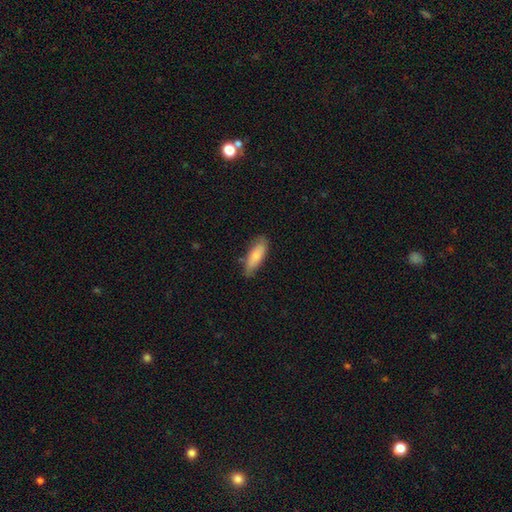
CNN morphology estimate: smooth 78%, featured or disk 16%, star or artifact 6%. Down the decision tree: how rounded — in between (65%); merging — none (75%).